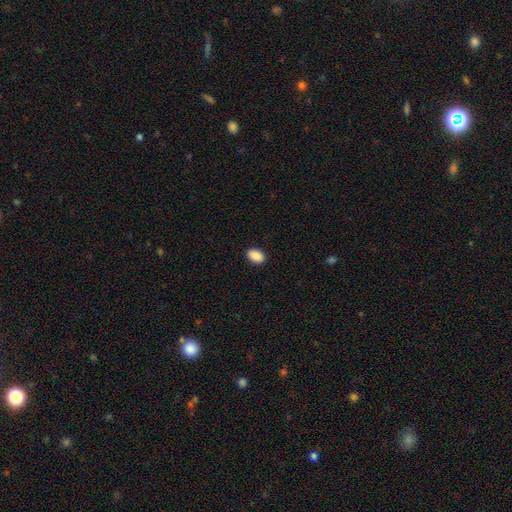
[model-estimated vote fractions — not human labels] Q: Smooth or featured?
A: smooth (90%); runner-up: star or artifact (7%)
Q: How rounded?
A: in between (88%); runner-up: round (11%)
Q: Merging?
A: none (89%); runner-up: minor disturbance (8%)